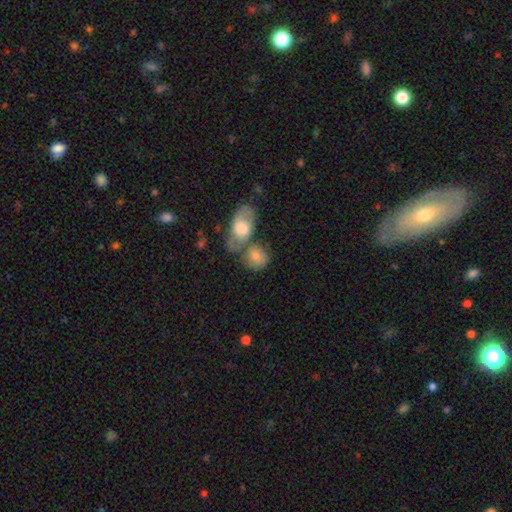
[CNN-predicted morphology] smooth 70%, featured or disk 21%, star or artifact 9%. Down the decision tree: how rounded — round (51%); merging — merger (42%).